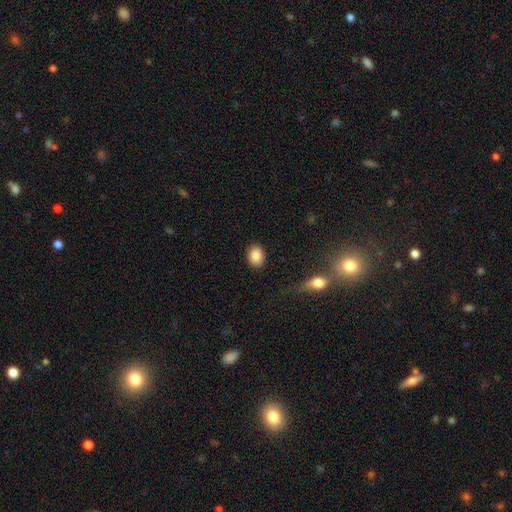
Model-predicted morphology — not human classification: A smooth galaxy with no disk features (87%) that is in between round and cigar-shaped (67%). Merging: none (88%).